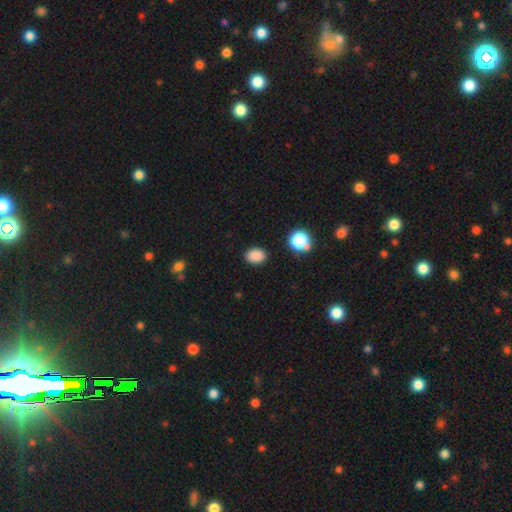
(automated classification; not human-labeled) This appears to be a smooth galaxy with no disk features (86%) that is in between round and cigar-shaped (66%). Merging: none (87%).